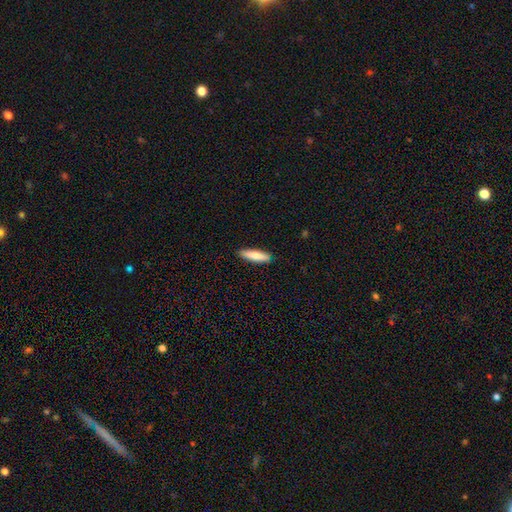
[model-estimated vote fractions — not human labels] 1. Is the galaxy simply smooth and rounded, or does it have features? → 77% smooth, 17% featured or disk, 5% star or artifact.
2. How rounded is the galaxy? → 73% cigar-shaped, 25% in between, 2% round.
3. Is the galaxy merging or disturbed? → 89% none, 8% minor disturbance, 2% major disturbance, 1% merger.